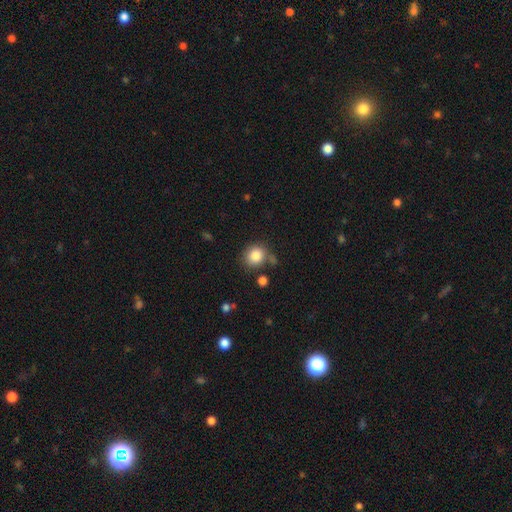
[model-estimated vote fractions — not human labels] Morphology: type=smooth (85%); roundness=round (81%); merging=none (73%).